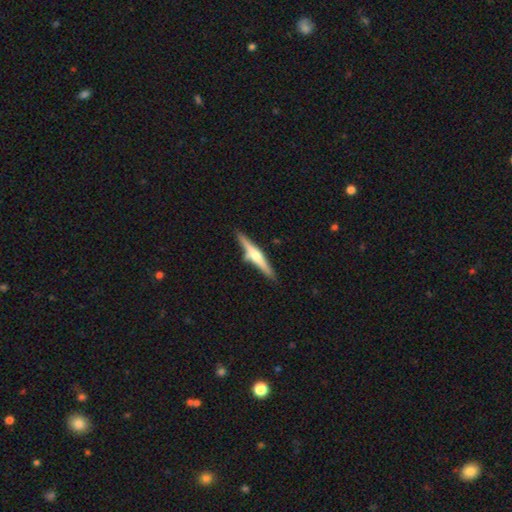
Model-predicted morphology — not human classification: This appears to be a featured or disk galaxy (65%) viewed edge-on (97%) with a rounded central bulge (86%). Merging: none (79%).